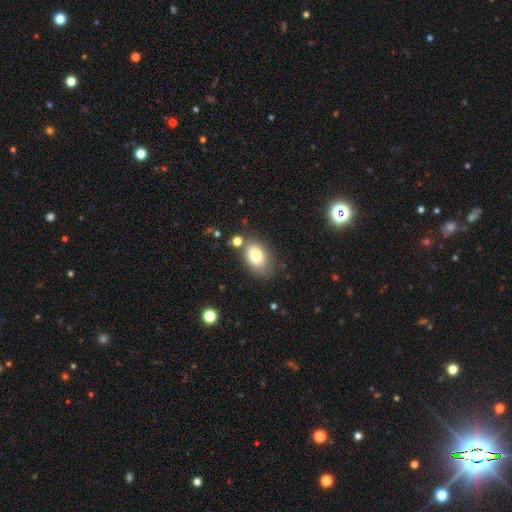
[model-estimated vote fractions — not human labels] Q: Smooth or featured?
A: smooth (80%); runner-up: featured or disk (11%)
Q: How rounded?
A: in between (85%); runner-up: round (14%)
Q: Merging?
A: none (67%); runner-up: minor disturbance (19%)